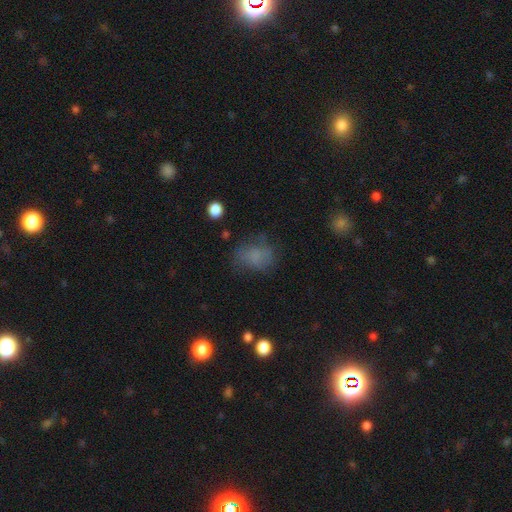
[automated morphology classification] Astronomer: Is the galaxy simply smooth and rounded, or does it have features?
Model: smooth — 67%.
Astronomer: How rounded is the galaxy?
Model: in between — 67%.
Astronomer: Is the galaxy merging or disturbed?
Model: none — 56%.